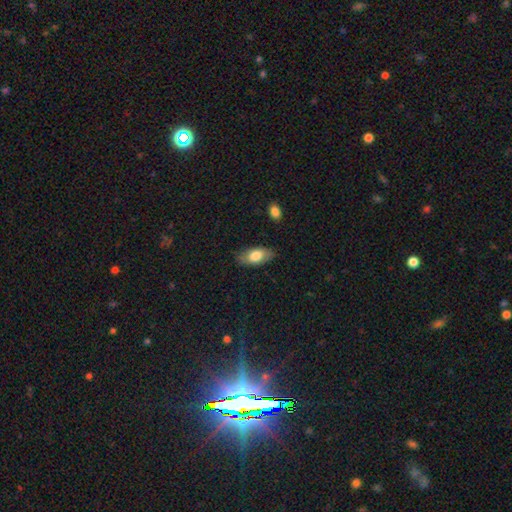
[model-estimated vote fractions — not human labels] Smooth or featured?
  - smooth: 75% *
  - featured or disk: 18%
  - star or artifact: 6%
How rounded?
  - in between: 90% *
  - cigar-shaped: 6%
  - round: 4%
Merging?
  - none: 80% *
  - minor disturbance: 15%
  - major disturbance: 3%
  - merger: 1%